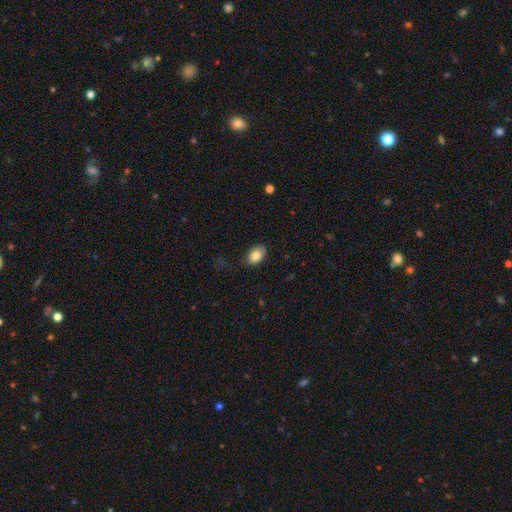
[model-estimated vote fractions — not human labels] Smooth or featured? smooth (83%)
How rounded? in between (88%)
Merging? none (74%)